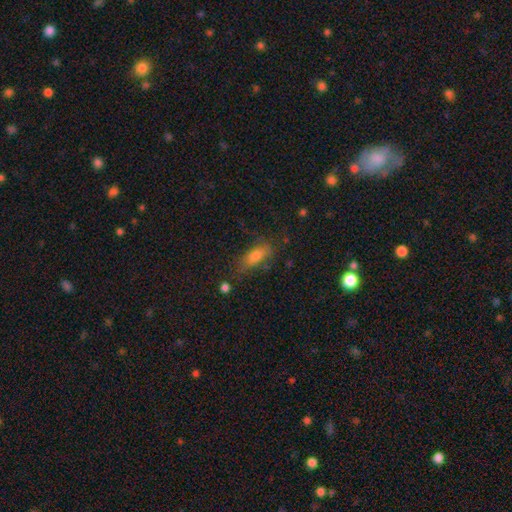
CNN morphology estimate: Smooth or featured? Predicted: smooth (p=0.66). How rounded? Predicted: in between (p=0.71). Merging? Predicted: none (p=0.59).